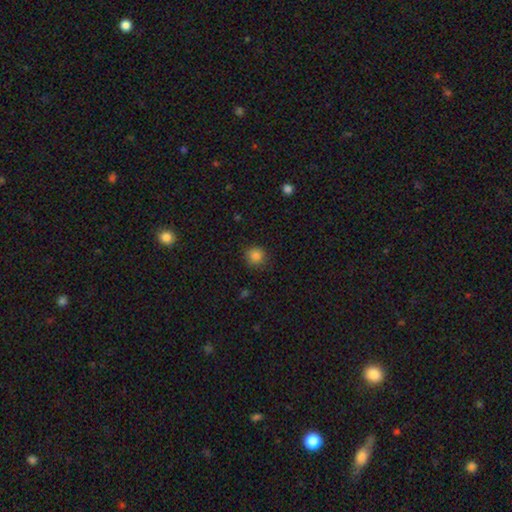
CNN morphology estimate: Smooth or featured: smooth — 84% (star or artifact — 12%)
How rounded: round — 91% (in between — 8%)
Merging: none — 86% (minor disturbance — 10%)